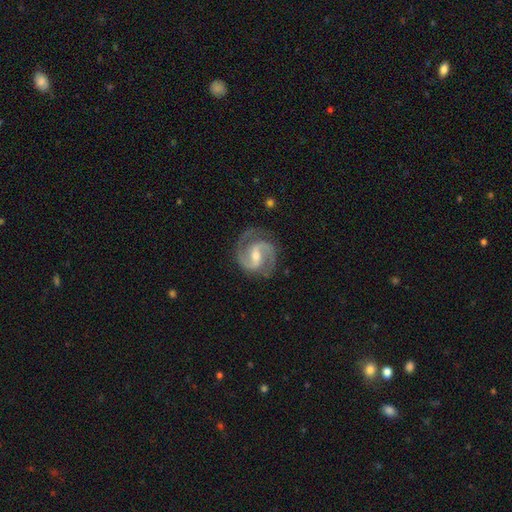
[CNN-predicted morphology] Q: Smooth or featured?
A: featured or disk (92%); runner-up: smooth (4%)
Q: Edge-on disk?
A: no (98%); runner-up: yes (2%)
Q: Bar?
A: weak (48%); runner-up: strong (37%)
Q: Spiral arms?
A: yes (98%); runner-up: no (2%)
Q: Spiral winding?
A: medium (61%); runner-up: tight (27%)
Q: Spiral arm count?
A: 2 (92%); runner-up: 3 (2%)
Q: Bulge size?
A: moderate (53%); runner-up: small (42%)
Q: Merging?
A: none (81%); runner-up: minor disturbance (13%)